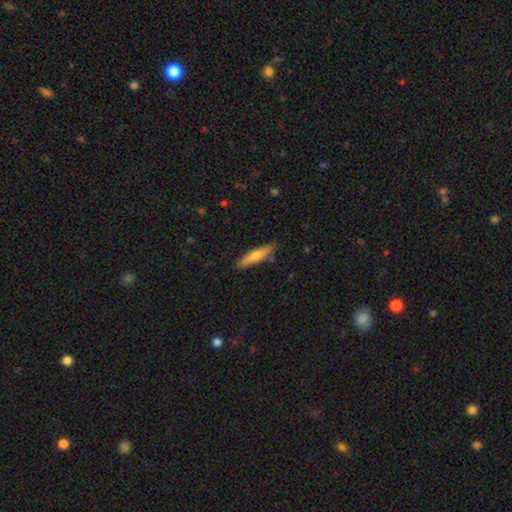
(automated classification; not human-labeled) smooth-or-featured: smooth: 65% | featured or disk: 29% | star or artifact: 6%
  how-rounded: cigar-shaped: 80% | in between: 18% | round: 2%
  merging: none: 84% | minor disturbance: 12% | major disturbance: 2% | merger: 2%